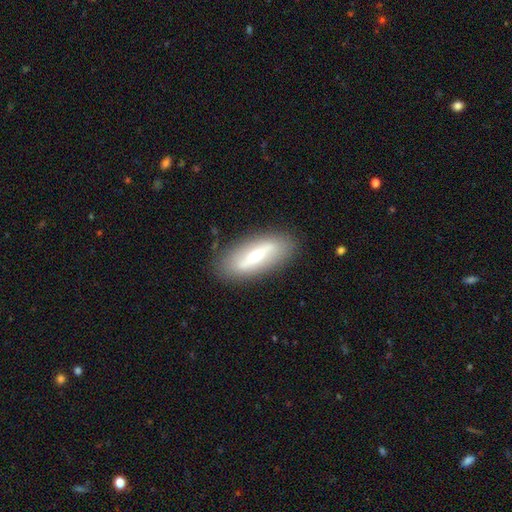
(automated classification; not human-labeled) The model was most divided on "smooth or featured": featured or disk: 59%, smooth: 35%, star or artifact: 6%. More confident: merging — none (86%); edge-on disk — no (69%).